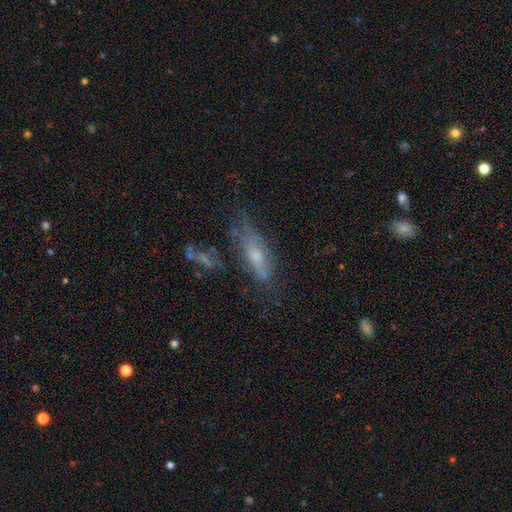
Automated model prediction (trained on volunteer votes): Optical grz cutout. It shows a featured or disk galaxy (49%). Merging: none (52%).